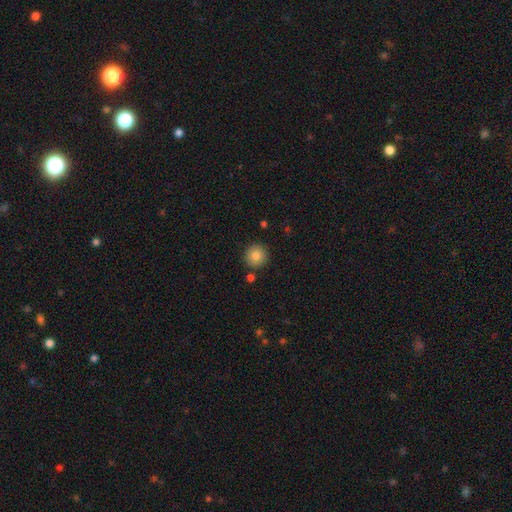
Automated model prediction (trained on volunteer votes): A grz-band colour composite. It shows a smooth galaxy with no disk features (84%) that is round (95%). Merging: none (88%).